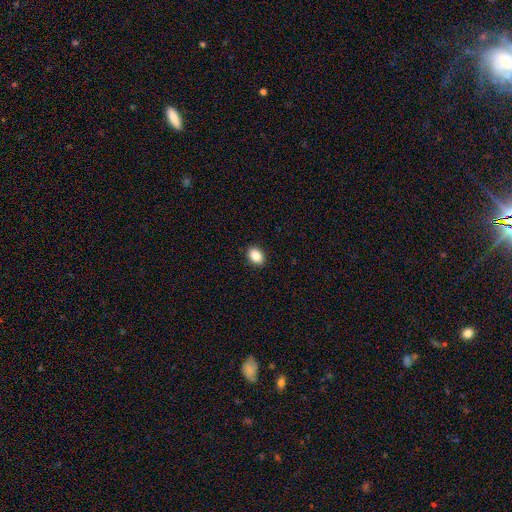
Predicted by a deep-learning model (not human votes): smooth 88%, star or artifact 8%, featured or disk 4%. Down the decision tree: how rounded — in between (74%); merging — none (91%).